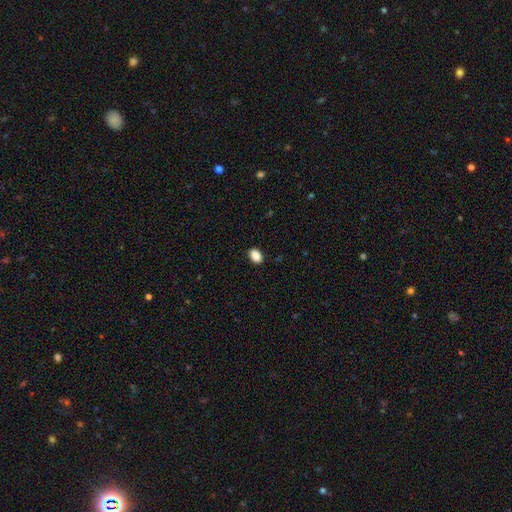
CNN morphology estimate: Smooth or featured? Predicted: smooth (p=0.89). How rounded? Predicted: in between (p=0.81). Merging? Predicted: none (p=0.89).